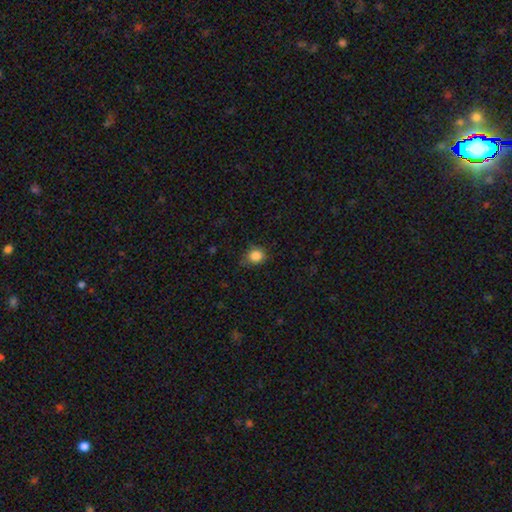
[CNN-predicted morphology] The model was most divided on "merging": none: 73%, minor disturbance: 22%, major disturbance: 4%, merger: 1%. More confident: smooth or featured — smooth (85%); how rounded — round (77%).